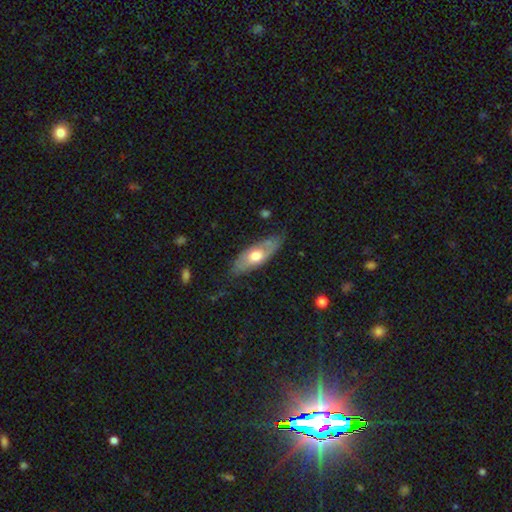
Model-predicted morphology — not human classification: The model was most divided on "smooth or featured": smooth: 50%, featured or disk: 45%, star or artifact: 5%. More confident: merging — none (71%).